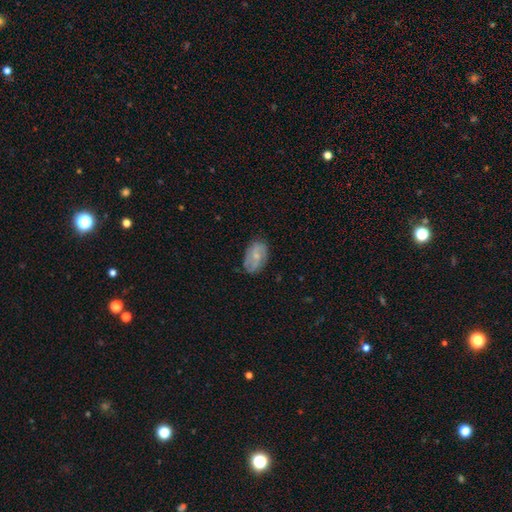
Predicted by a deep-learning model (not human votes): Smooth or featured: smooth — 47% (featured or disk — 45%)
Merging: none — 73% (minor disturbance — 21%)